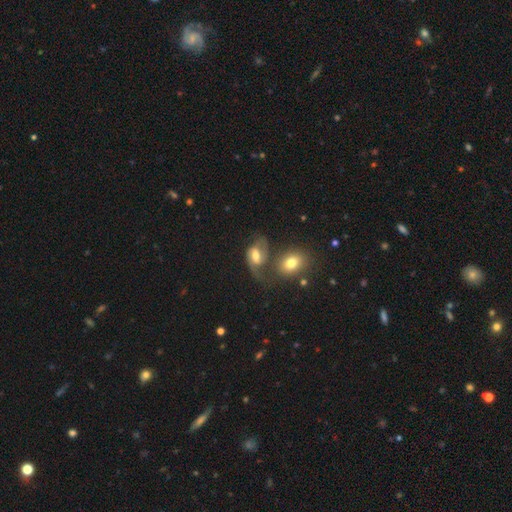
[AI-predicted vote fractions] Smooth or featured: featured or disk — 62% (smooth — 29%)
Edge-on disk: no — 96% (yes — 4%)
Bar: weak — 47% (no — 31%)
Spiral arms: yes — 84% (no — 16%)
Bulge size: moderate — 61% (small — 17%)
Merging: none — 38% (merger — 28%)